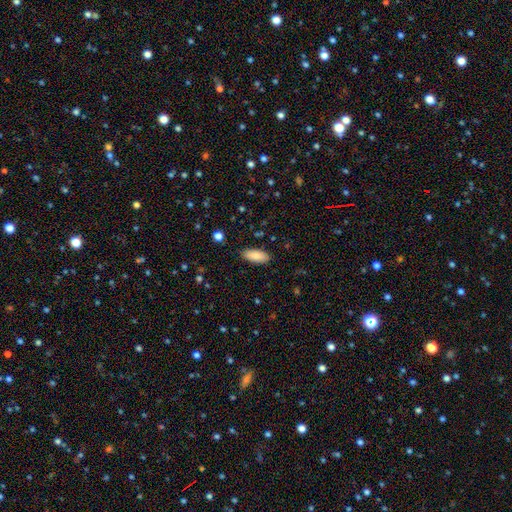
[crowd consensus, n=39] Overall: smooth (92%). How rounded: in between (89%). Merging: none (85%).